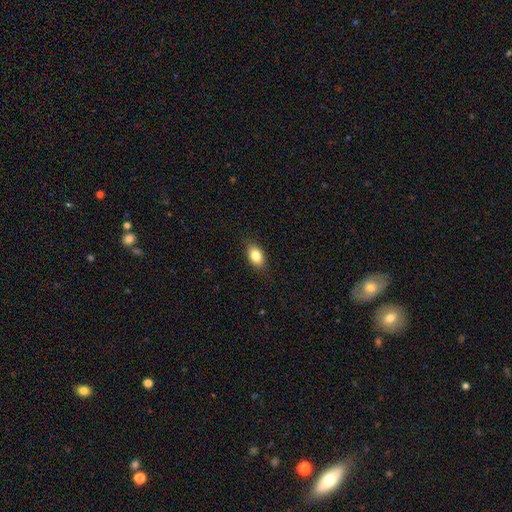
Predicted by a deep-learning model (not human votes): smooth-or-featured: smooth: 82% | featured or disk: 10% | star or artifact: 8%
  how-rounded: in between: 87% | round: 11% | cigar-shaped: 2%
  merging: none: 85% | minor disturbance: 11% | major disturbance: 2% | merger: 1%